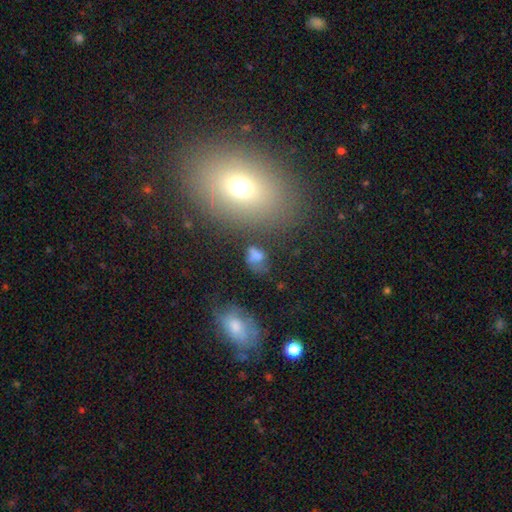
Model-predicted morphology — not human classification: Overall: smooth (58%; featured or disk 22%). How rounded: in between (72%). Merging: none (44%; minor disturbance 23%).